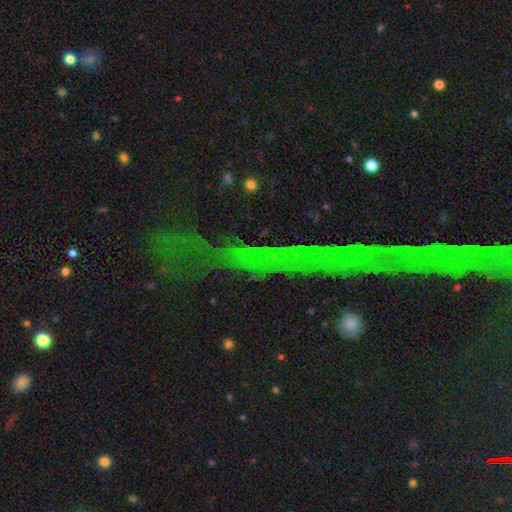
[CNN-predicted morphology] Smooth or featured?
  - star or artifact: 77% *
  - featured or disk: 12%
  - smooth: 11%